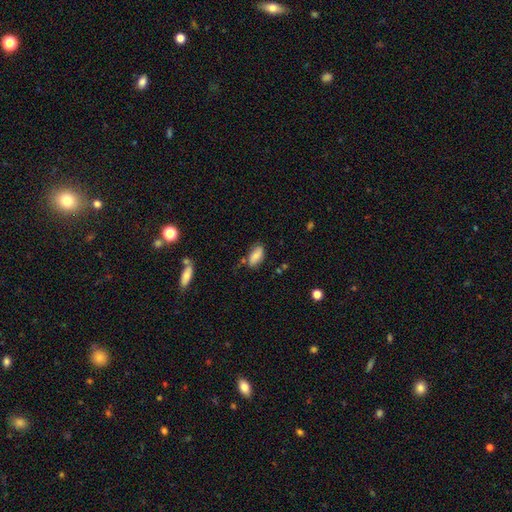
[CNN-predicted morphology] Smooth or featured: smooth — 79% (featured or disk — 14%)
How rounded: in between — 90% (cigar-shaped — 7%)
Merging: none — 65% (minor disturbance — 24%)